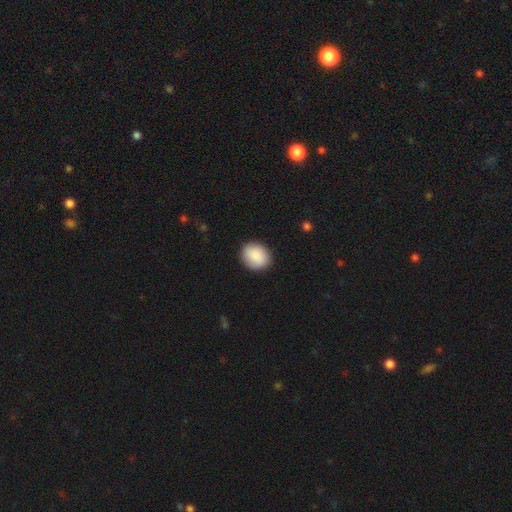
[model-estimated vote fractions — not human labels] Overall: smooth (88%). How rounded: round (64%; in between 35%). Merging: none (88%).